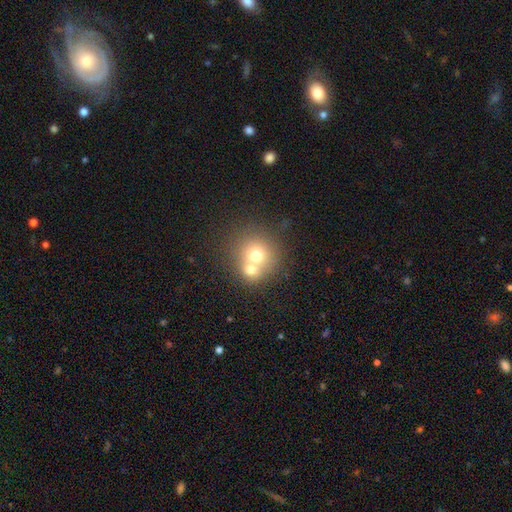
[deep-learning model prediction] Q: Smooth or featured?
A: smooth (68%); runner-up: featured or disk (20%)
Q: How rounded?
A: round (86%); runner-up: in between (13%)
Q: Merging?
A: merger (53%); runner-up: none (38%)